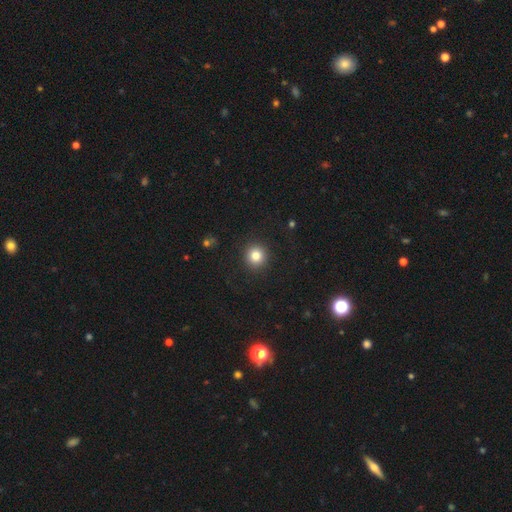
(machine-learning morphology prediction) type=smooth (82%); roundness=round (94%); merging=none (92%).